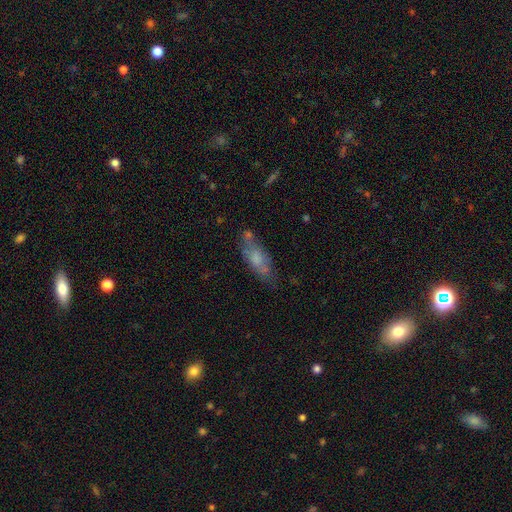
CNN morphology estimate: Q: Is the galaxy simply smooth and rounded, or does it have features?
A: smooth — 51%.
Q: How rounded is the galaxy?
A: in between — 55%.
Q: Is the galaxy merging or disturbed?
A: none — 60%.